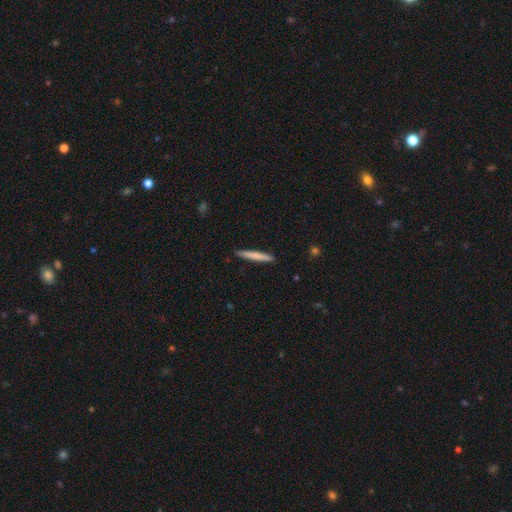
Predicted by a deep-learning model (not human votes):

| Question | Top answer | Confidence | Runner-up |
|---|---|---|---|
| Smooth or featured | smooth | 72% | featured or disk (22%) |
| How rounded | cigar-shaped | 96% | in between (3%) |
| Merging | none | 91% | minor disturbance (7%) |